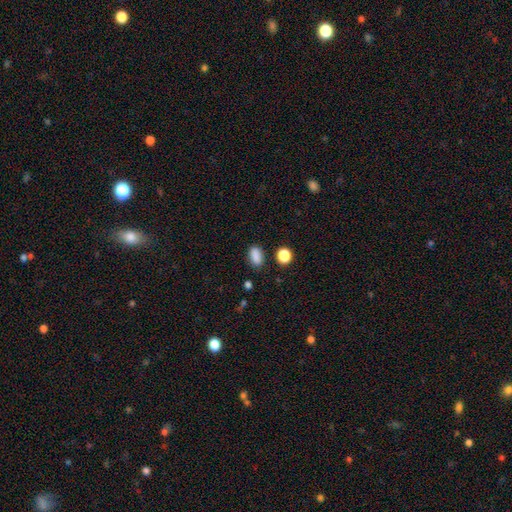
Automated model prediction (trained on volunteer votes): This is clearly a smooth galaxy (86%). How rounded: clearly in between (86%). Merging: clearly none (81%).